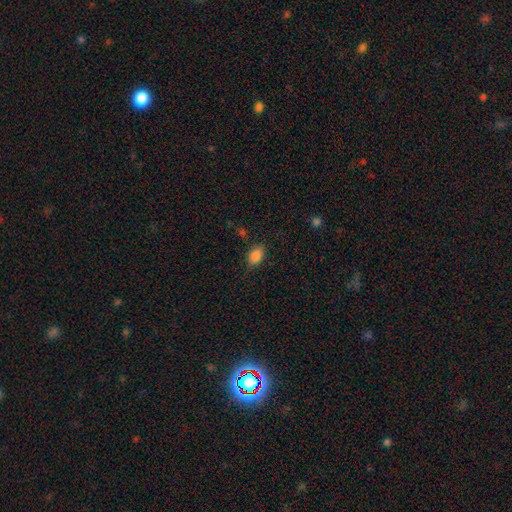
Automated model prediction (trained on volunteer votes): Smooth or featured?
  - smooth: 85% *
  - star or artifact: 9%
  - featured or disk: 6%
How rounded?
  - in between: 85% *
  - round: 13%
  - cigar-shaped: 2%
Merging?
  - none: 78% *
  - minor disturbance: 16%
  - major disturbance: 4%
  - merger: 2%